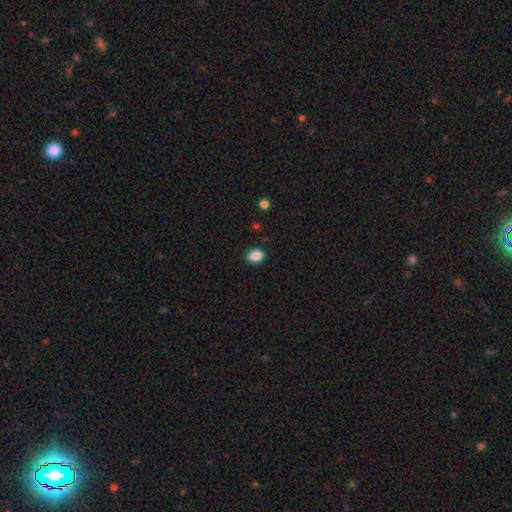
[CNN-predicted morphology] smooth-or-featured: smooth: 89% | star or artifact: 9% | featured or disk: 3%
  how-rounded: in between: 63% | round: 36% | cigar-shaped: 1%
  merging: none: 89% | minor disturbance: 8% | major disturbance: 2% | merger: 1%